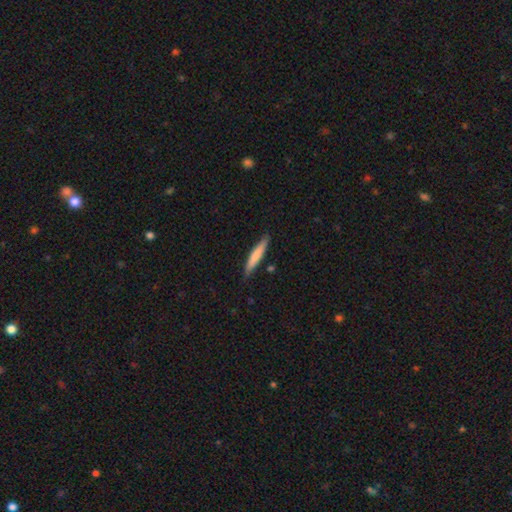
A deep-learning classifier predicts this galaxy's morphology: Overall: smooth (73%). How rounded: cigar-shaped (92%). Merging: none (84%).